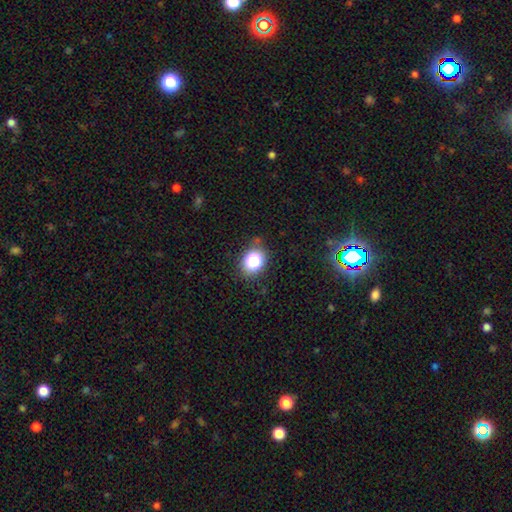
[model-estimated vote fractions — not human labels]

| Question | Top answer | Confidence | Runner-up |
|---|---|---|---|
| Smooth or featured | smooth | 64% | star or artifact (27%) |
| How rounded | round | 74% | in between (25%) |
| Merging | none | 78% | minor disturbance (12%) |